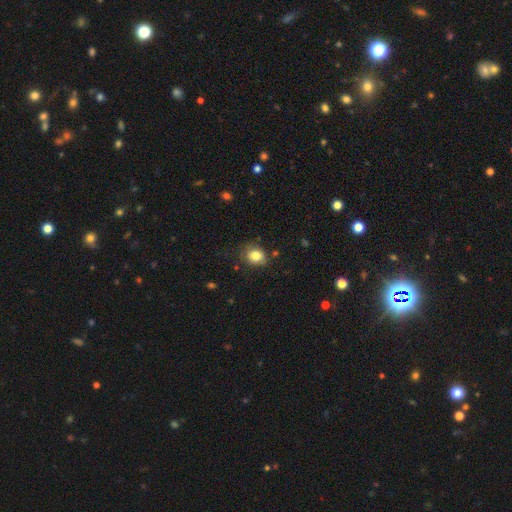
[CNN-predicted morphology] A smooth galaxy with no disk features (81%) that is round (60%). Merging: none (71%).